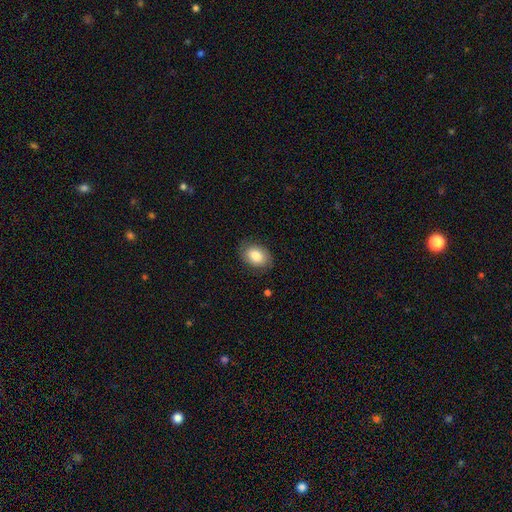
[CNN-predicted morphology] A smooth galaxy with no disk features (81%) that is in between round and cigar-shaped (76%).

Vote fractions:
- Smooth or featured? smooth: 81% / featured or disk: 12% / star or artifact: 7%
- How rounded? in between: 76% / round: 23% / cigar-shaped: 1%
- Merging? none: 83% / minor disturbance: 13% / major disturbance: 3% / merger: 1%